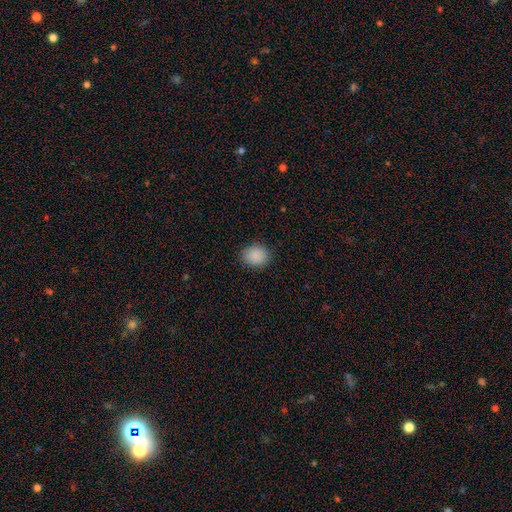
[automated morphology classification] Smooth or featured? smooth (89%)
How rounded? round (62%)
Merging? none (88%)